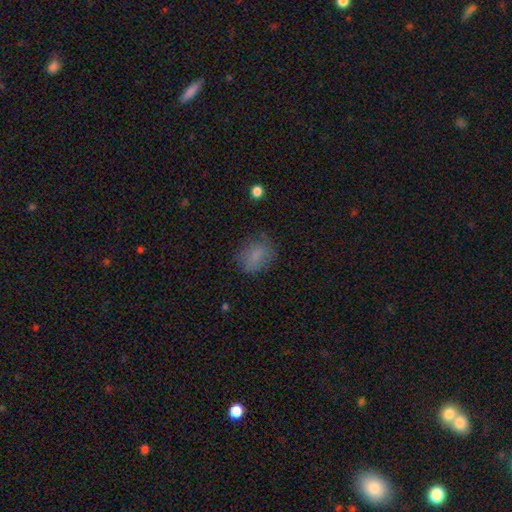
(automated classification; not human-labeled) Smooth or featured: smooth — 80% (star or artifact — 11%)
How rounded: in between — 56% (round — 43%)
Merging: none — 73% (minor disturbance — 19%)